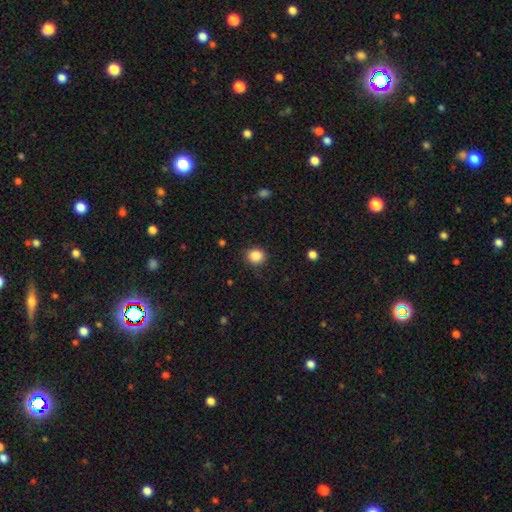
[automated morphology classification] This appears to be a smooth galaxy with no disk features (87%) that is round (80%). Merging: none (86%).